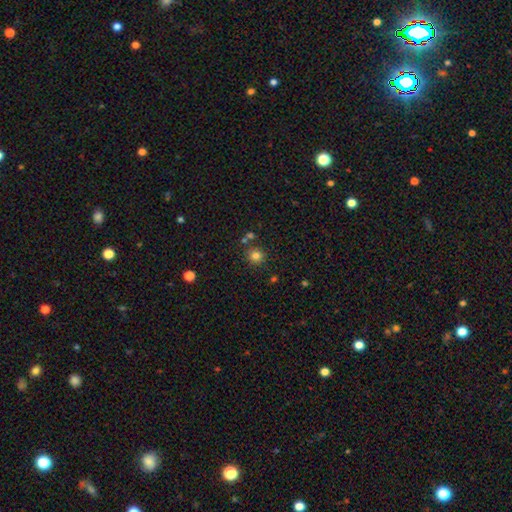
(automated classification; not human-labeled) Overall: smooth (80%). How rounded: round (90%). Merging: none (79%).